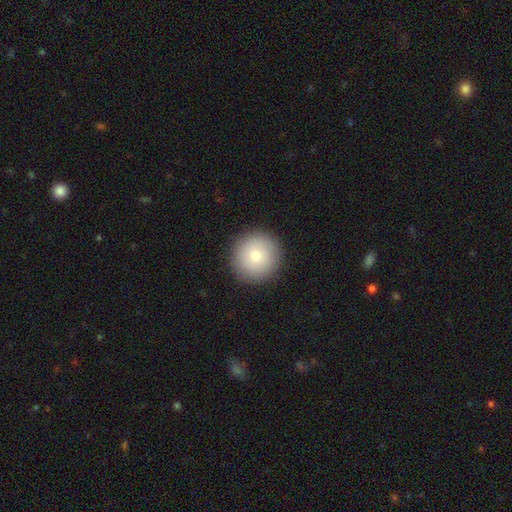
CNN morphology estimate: Overall: smooth (79%). How rounded: round (95%). Merging: none (91%).